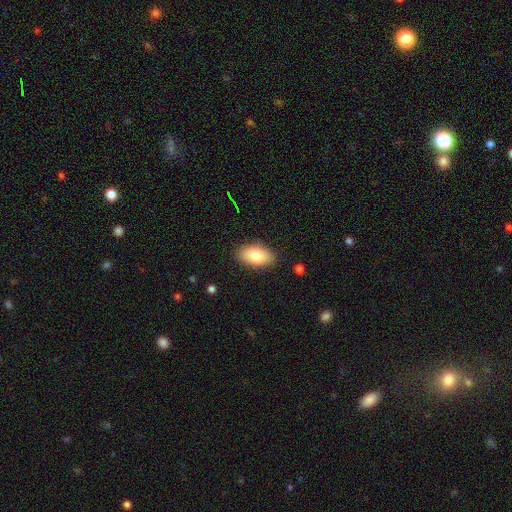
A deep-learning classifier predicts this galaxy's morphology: Smooth or featured: smooth — 79% (featured or disk — 14%)
How rounded: in between — 93% (round — 5%)
Merging: none — 86% (minor disturbance — 10%)